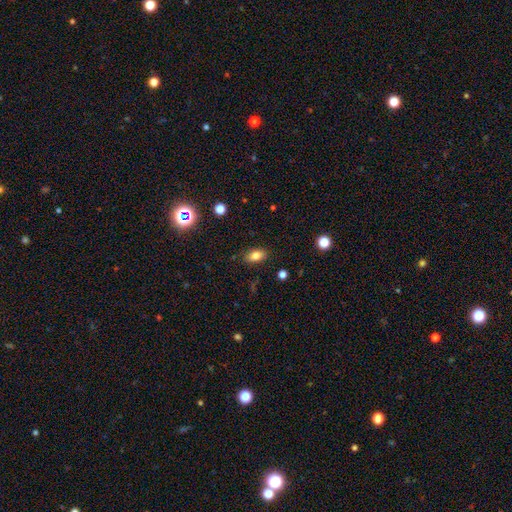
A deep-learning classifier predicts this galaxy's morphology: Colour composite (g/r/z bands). It shows a smooth galaxy with no disk features (80%) that is in between round and cigar-shaped (88%). Merging: none (86%).